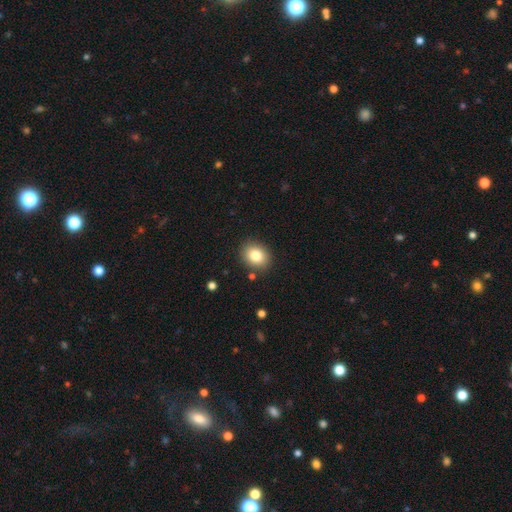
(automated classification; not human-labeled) Smooth or featured? smooth (82%)
How rounded? round (56%)
Merging? none (87%)